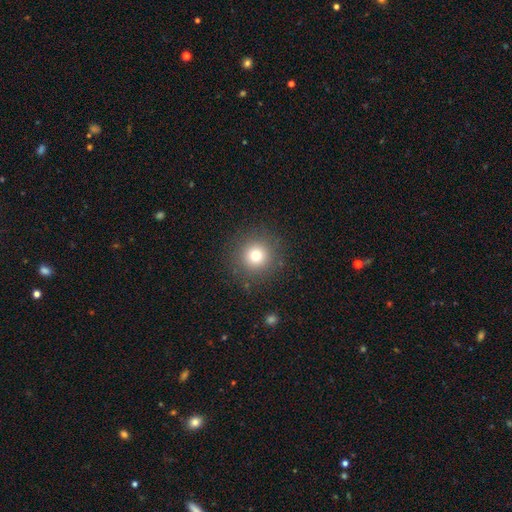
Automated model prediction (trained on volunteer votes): The model was most divided on "smooth or featured": smooth: 76%, star or artifact: 14%, featured or disk: 10%. More confident: how rounded — round (95%); merging — none (89%).